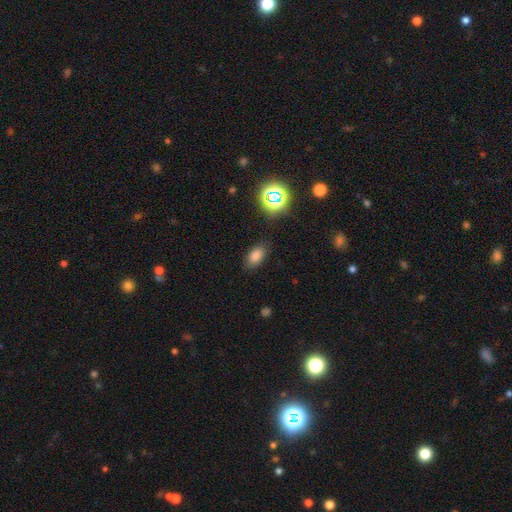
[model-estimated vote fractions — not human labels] smooth_or_featured: smooth (p=0.78) [alt: star or artifact p=0.15]
how_rounded: in between (p=0.88) [alt: round p=0.09]
merging: none (p=0.82) [alt: minor disturbance p=0.12]